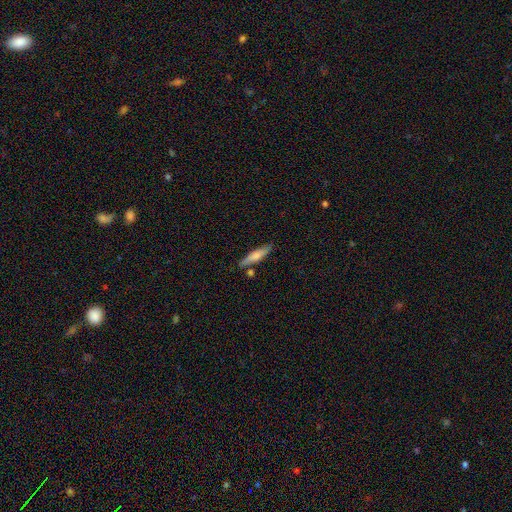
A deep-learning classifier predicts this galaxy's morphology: Overall: smooth (57%; featured or disk 37%). How rounded: cigar-shaped (84%). Merging: none (78%).